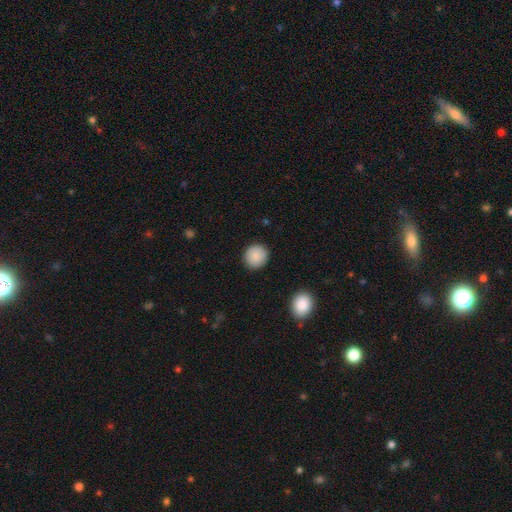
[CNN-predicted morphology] Smooth or featured: smooth — 89% (star or artifact — 7%)
How rounded: round — 91% (in between — 8%)
Merging: none — 91% (minor disturbance — 6%)